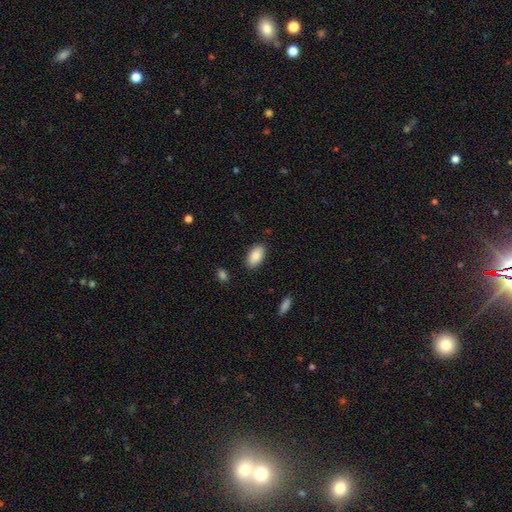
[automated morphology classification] Overall: smooth (89%). How rounded: in between (94%). Merging: none (87%).